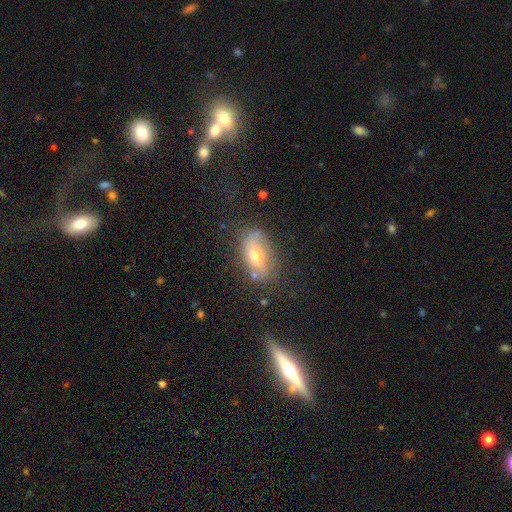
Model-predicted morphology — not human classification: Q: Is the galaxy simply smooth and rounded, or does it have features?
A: smooth — 52%.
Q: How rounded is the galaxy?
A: in between — 86%.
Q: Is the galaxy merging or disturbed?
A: none — 66%.